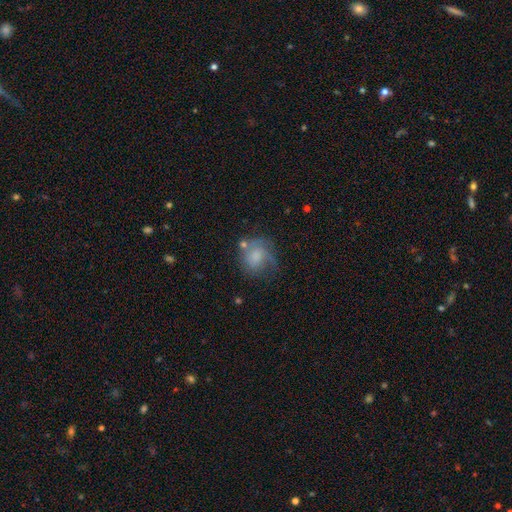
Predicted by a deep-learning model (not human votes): Smooth or featured? smooth (55%)
How rounded? round (67%)
Merging? none (43%)